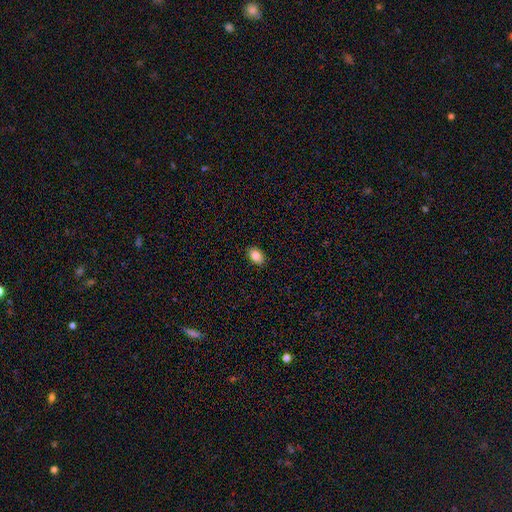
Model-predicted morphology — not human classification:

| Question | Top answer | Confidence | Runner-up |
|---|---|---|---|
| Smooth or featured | smooth | 86% | star or artifact (8%) |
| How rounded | in between | 82% | round (17%) |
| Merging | none | 89% | minor disturbance (8%) |